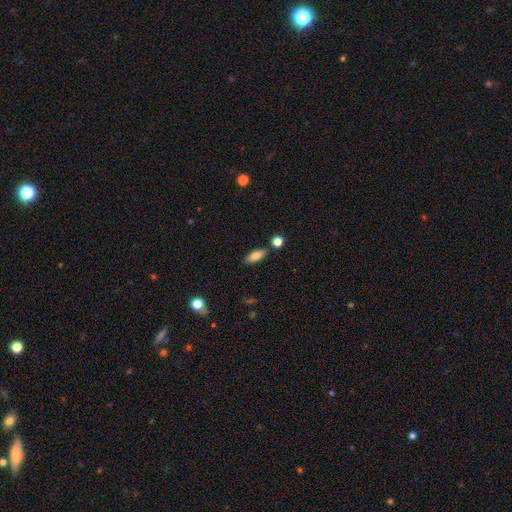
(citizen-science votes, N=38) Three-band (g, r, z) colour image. It shows a smooth galaxy with no disk features (89%) that is in between round and cigar-shaped (53%). Merging: none (83%).